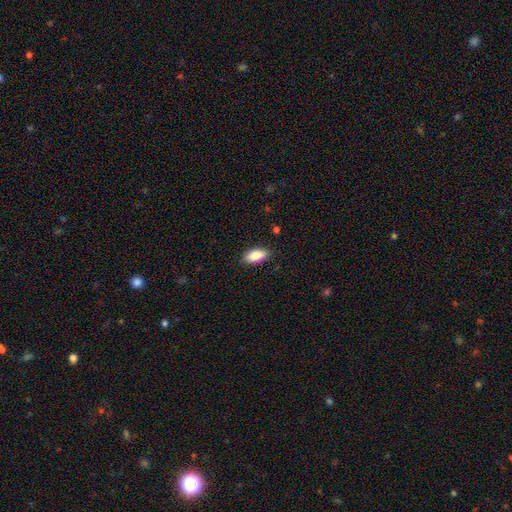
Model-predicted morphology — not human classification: Smooth or featured?
  - smooth: 84% *
  - featured or disk: 9%
  - star or artifact: 7%
How rounded?
  - in between: 90% *
  - cigar-shaped: 7%
  - round: 3%
Merging?
  - none: 88% *
  - minor disturbance: 9%
  - major disturbance: 2%
  - merger: 1%